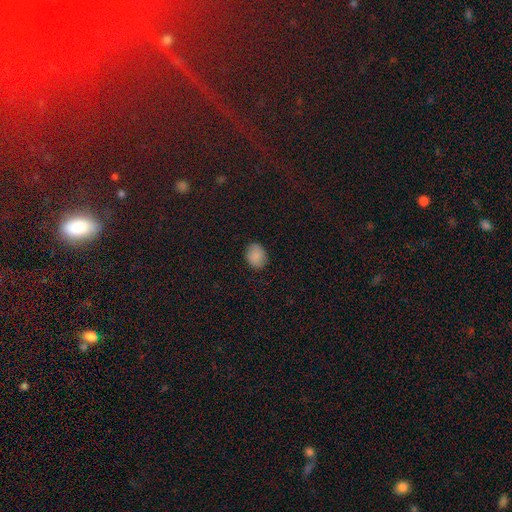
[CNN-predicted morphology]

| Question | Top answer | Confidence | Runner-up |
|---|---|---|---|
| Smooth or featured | smooth | 87% | star or artifact (9%) |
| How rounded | round | 55% | in between (44%) |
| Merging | none | 85% | minor disturbance (12%) |